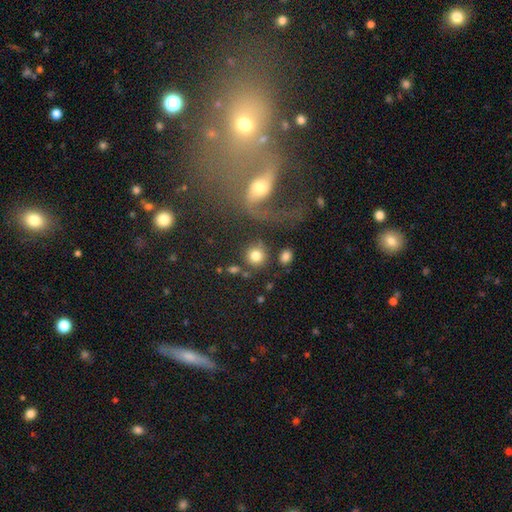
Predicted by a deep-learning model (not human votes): A smooth galaxy with no disk features (79%) that is round (89%). Merging: none (72%).